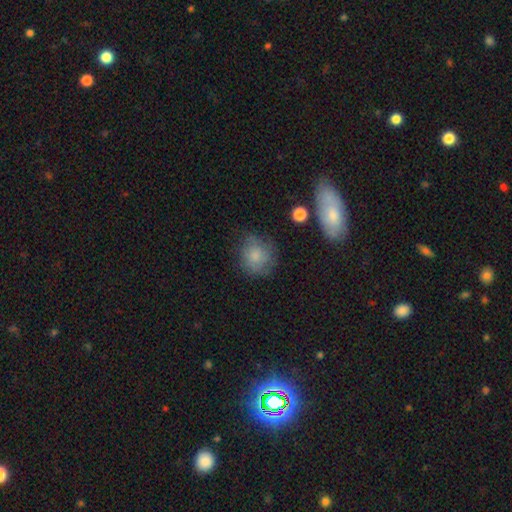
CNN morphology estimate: Smooth or featured: smooth — 73% (featured or disk — 17%)
How rounded: round — 82% (in between — 17%)
Merging: none — 66% (minor disturbance — 22%)